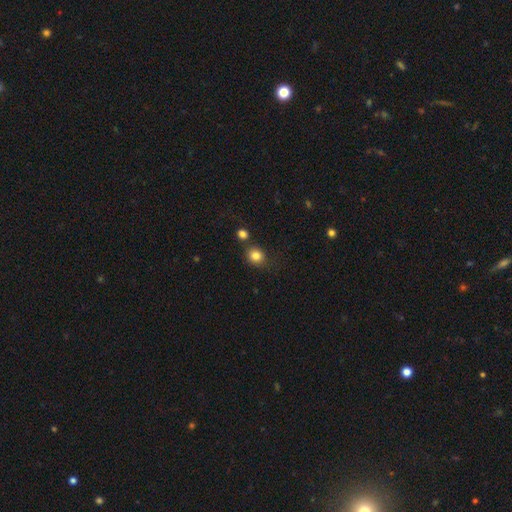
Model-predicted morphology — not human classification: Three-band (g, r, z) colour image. It shows a smooth galaxy with no disk features (82%) that is round (77%). Merging: none (73%).